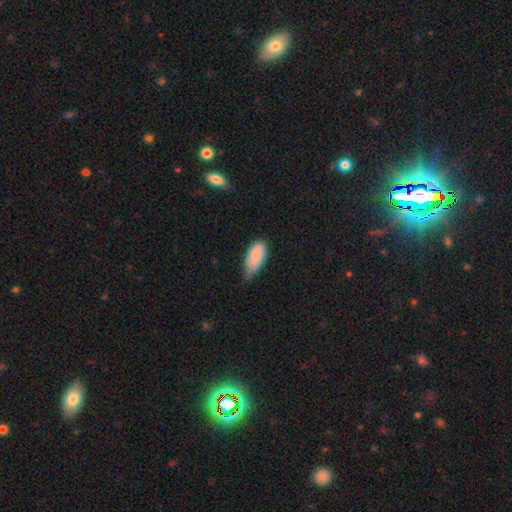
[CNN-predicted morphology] smooth-or-featured: smooth: 87% | featured or disk: 6% | star or artifact: 6%
  how-rounded: in between: 91% | cigar-shaped: 6% | round: 2%
  merging: minor disturbance: 52% | none: 36% | major disturbance: 10% | merger: 2%